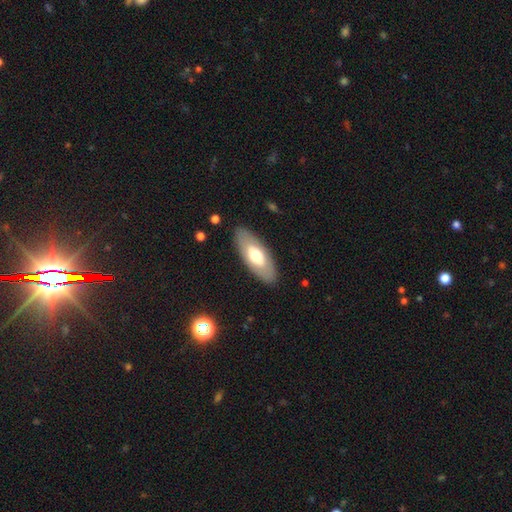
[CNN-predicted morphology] type=smooth (58%); roundness=in between (84%); merging=none (87%).